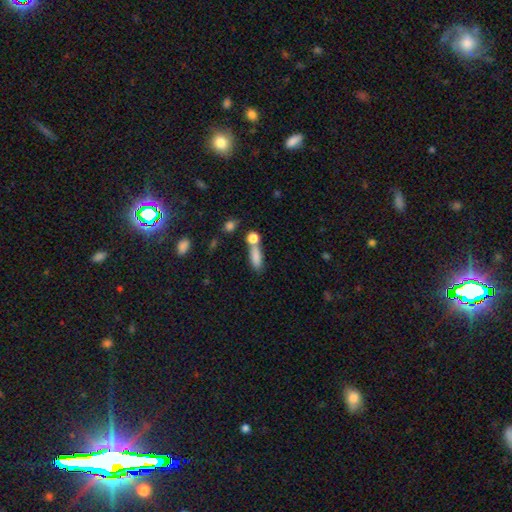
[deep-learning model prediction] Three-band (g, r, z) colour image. It shows a smooth galaxy with no disk features (81%) that is in between round and cigar-shaped (53%). Merging: none (50%).